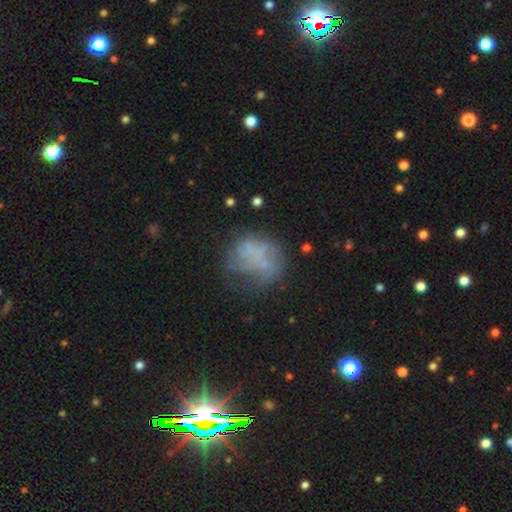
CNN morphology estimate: Smooth or featured?
  - featured or disk: 43% *
  - smooth: 41%
  - star or artifact: 16%
Merging?
  - none: 42% *
  - major disturbance: 28%
  - minor disturbance: 24%
  - merger: 6%